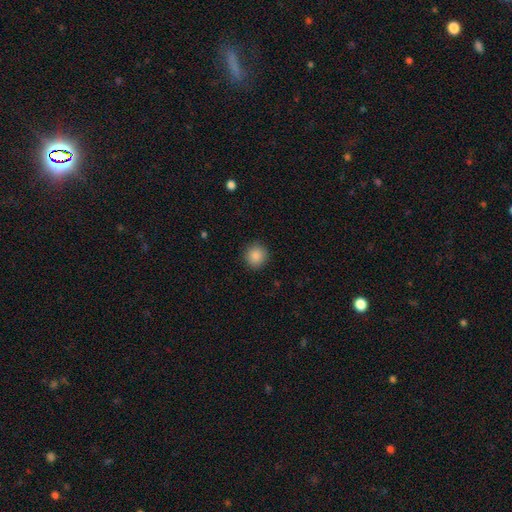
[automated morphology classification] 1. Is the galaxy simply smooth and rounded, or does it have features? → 87% smooth, 9% star or artifact, 3% featured or disk.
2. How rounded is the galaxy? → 91% round, 8% in between, 1% cigar-shaped.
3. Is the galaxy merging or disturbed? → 91% none, 6% minor disturbance, 2% major disturbance, 1% merger.